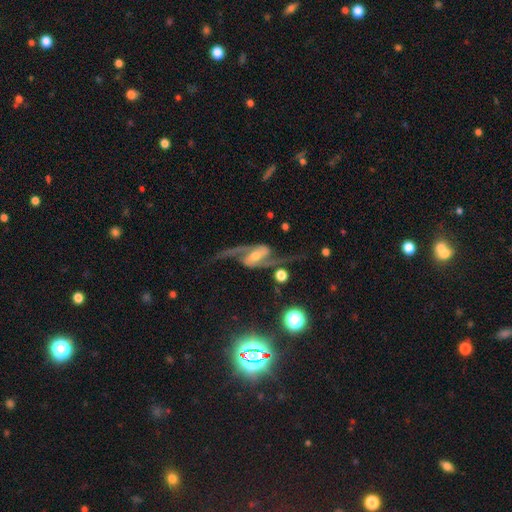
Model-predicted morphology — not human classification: Smooth or featured? Predicted: featured or disk (p=0.90). Edge-on disk? Predicted: no (p=0.96). Bar? Predicted: weak (p=0.39). Spiral arms? Predicted: yes (p=0.97). Spiral winding? Predicted: loose (p=0.71). Spiral arm count? Predicted: 2 (p=0.94). Bulge size? Predicted: moderate (p=0.49). Merging? Predicted: none (p=0.71).